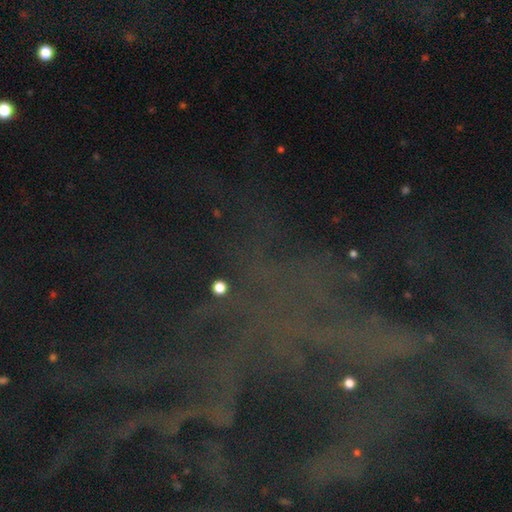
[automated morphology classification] The model was most divided on "smooth or featured": star or artifact: 72%, featured or disk: 17%, smooth: 11%.